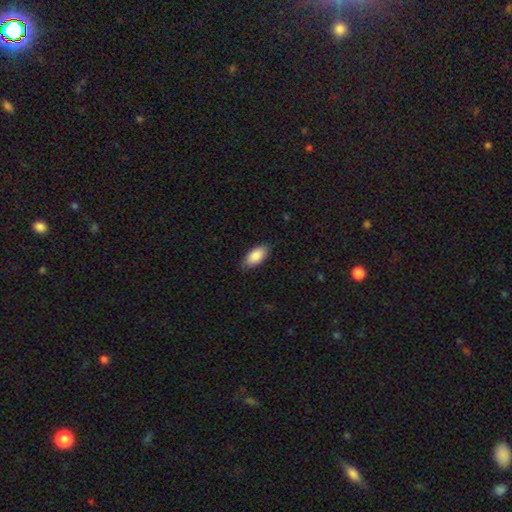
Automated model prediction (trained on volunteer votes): The model was most divided on "merging": none: 85%, minor disturbance: 12%, major disturbance: 2%, merger: 1%. More confident: how rounded — in between (93%); smooth or featured — smooth (88%).